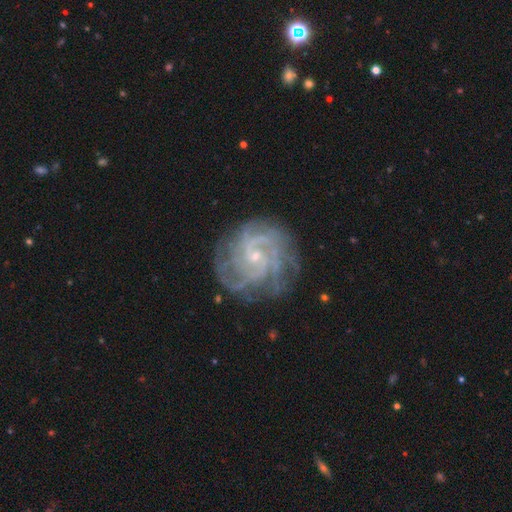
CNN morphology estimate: This appears to be a featured or disk galaxy (88%) with no bar (62%), can't tell (23%, tied with 4) tight (61%) spiral arms (97%) and a small central bulge (81%). Merging: none (77%).